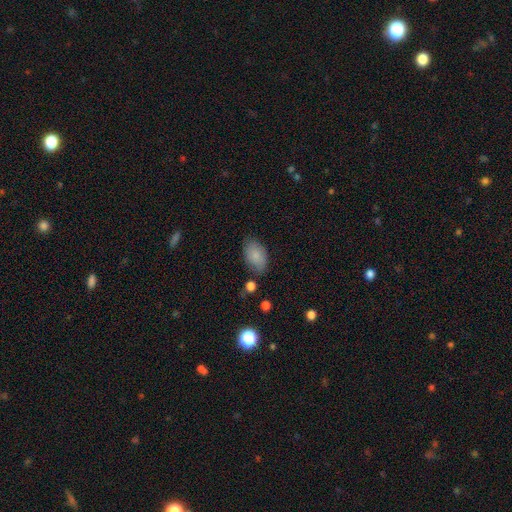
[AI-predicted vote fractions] Morphology: type=smooth (84%); roundness=in between (92%); merging=none (76%).